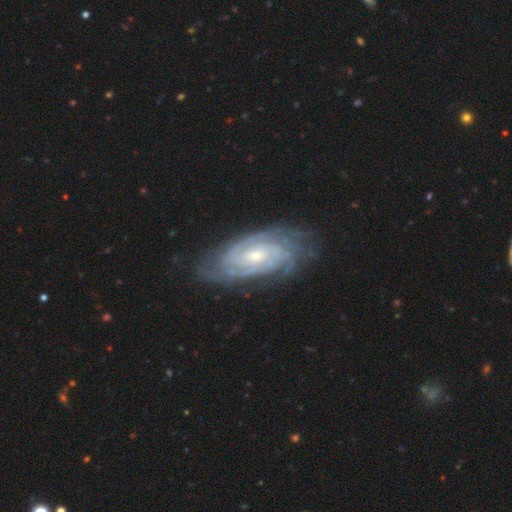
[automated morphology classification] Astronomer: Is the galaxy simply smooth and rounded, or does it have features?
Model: featured or disk — 89%.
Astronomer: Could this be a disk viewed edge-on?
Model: no — 95%.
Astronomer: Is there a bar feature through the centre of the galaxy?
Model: no — 56% (runner-up: weak, 34%).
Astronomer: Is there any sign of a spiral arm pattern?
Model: yes — 98%.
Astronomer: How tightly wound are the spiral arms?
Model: tight — 78%.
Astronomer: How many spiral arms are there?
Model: can't tell — 29% (runner-up: 2, 25%).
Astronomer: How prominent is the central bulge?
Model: small — 51% (runner-up: moderate, 44%).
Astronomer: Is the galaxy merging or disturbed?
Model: none — 75%.